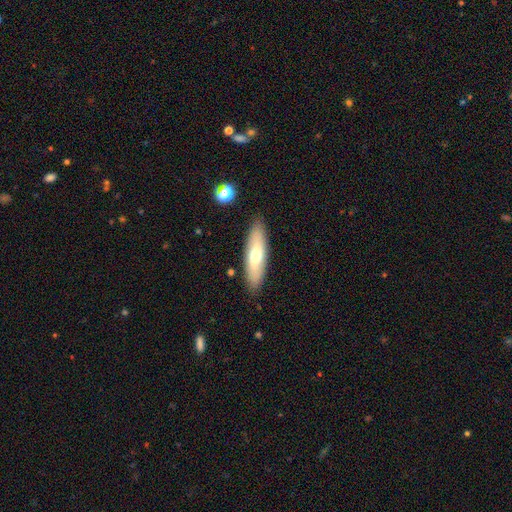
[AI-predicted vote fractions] This appears to be a smooth galaxy with no disk features (57%) that is cigar-shaped (58%). Merging: none (87%).